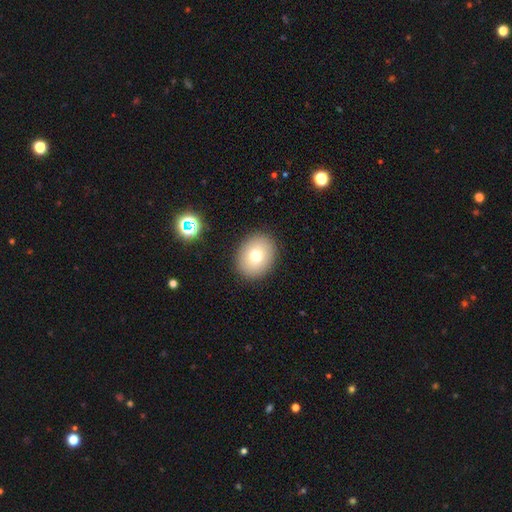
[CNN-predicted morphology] smooth-or-featured: smooth: 74% | featured or disk: 14% | star or artifact: 12%
  how-rounded: round: 52% | in between: 47% | cigar-shaped: 1%
  merging: none: 90% | minor disturbance: 6% | major disturbance: 2% | merger: 1%